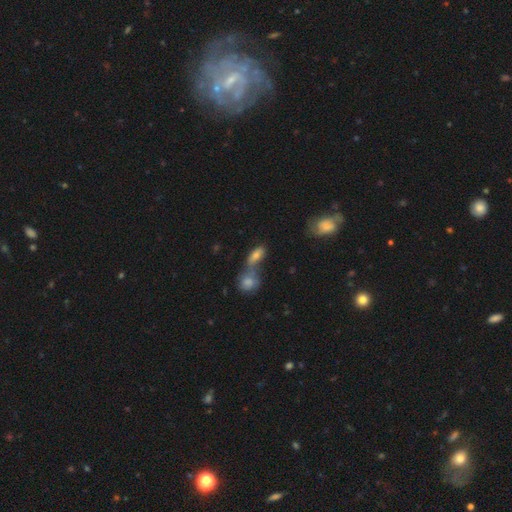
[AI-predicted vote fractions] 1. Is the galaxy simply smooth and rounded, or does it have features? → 66% smooth, 19% featured or disk, 15% star or artifact.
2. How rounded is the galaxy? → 72% in between, 15% round, 13% cigar-shaped.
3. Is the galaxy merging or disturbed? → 55% merger, 30% none, 10% minor disturbance, 5% major disturbance.